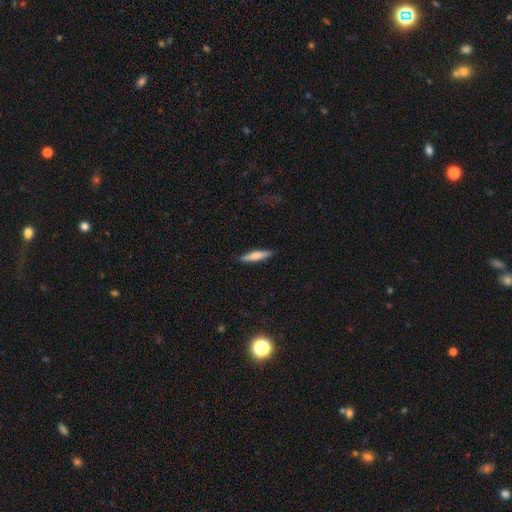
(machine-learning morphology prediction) A smooth galaxy with no disk features (67%) that is cigar-shaped (85%). Merging: none (88%).